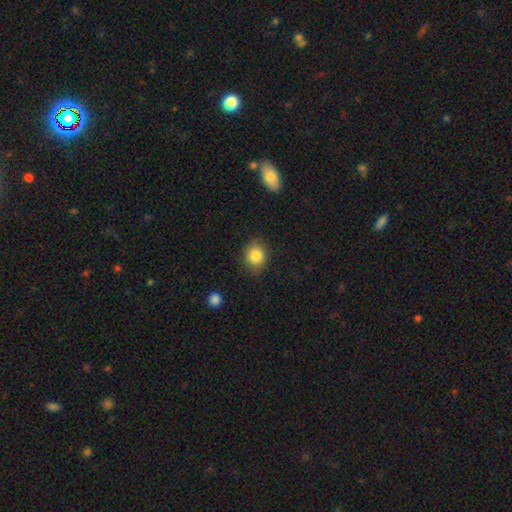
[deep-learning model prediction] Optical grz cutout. It shows a smooth galaxy with no disk features (85%) that is round (62%). Merging: none (81%).